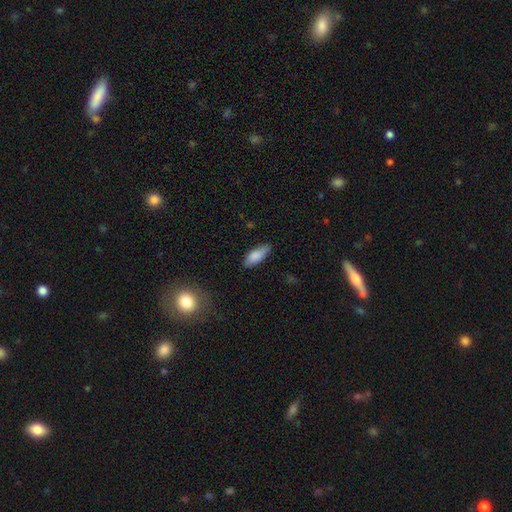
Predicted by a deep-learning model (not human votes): smooth-or-featured: smooth: 83% | featured or disk: 10% | star or artifact: 6%
  how-rounded: in between: 72% | cigar-shaped: 26% | round: 2%
  merging: none: 76% | minor disturbance: 20% | major disturbance: 3% | merger: 2%